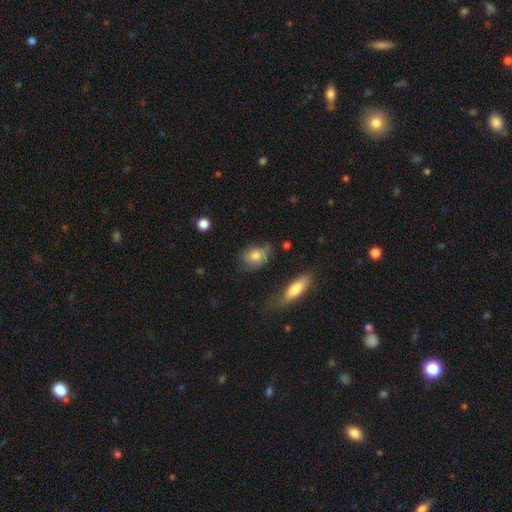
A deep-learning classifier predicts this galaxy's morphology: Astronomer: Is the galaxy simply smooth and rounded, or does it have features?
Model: smooth — 74%.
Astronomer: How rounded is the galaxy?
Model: in between — 60% (runner-up: round, 37%).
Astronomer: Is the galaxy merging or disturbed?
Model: none — 57%.